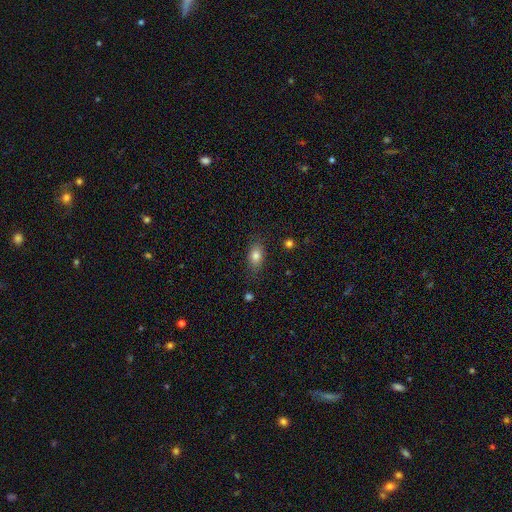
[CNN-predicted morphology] Q: Smooth or featured?
A: smooth (81%); runner-up: featured or disk (10%)
Q: How rounded?
A: in between (82%); runner-up: round (14%)
Q: Merging?
A: none (82%); runner-up: minor disturbance (14%)